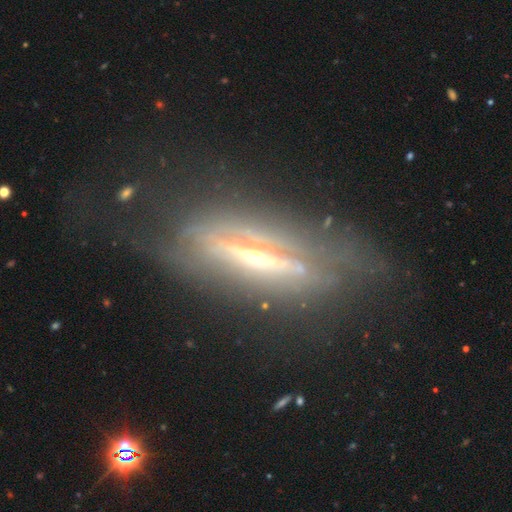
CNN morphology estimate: Smooth or featured? featured or disk (81%)
Edge-on disk? yes (79%)
Edge-on bulge? rounded (77%)
Merging? none (58%)